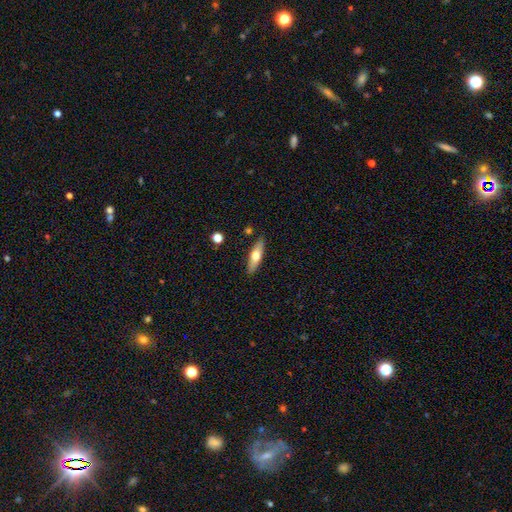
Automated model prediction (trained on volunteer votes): smooth-or-featured: smooth: 53% | featured or disk: 41% | star or artifact: 6%
  how-rounded: cigar-shaped: 62% | in between: 35% | round: 2%
  merging: none: 87% | minor disturbance: 9% | merger: 2% | major disturbance: 2%